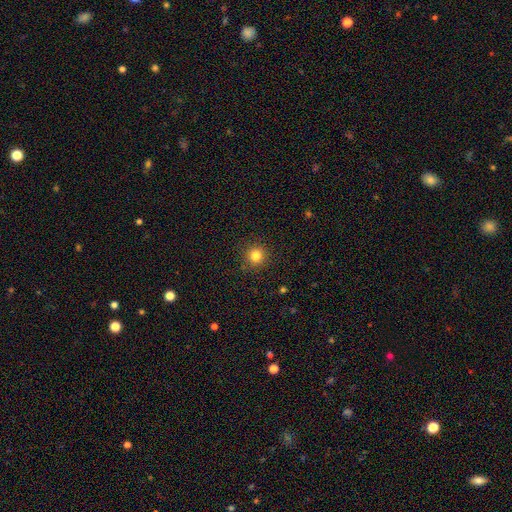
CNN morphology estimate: type=smooth (82%); roundness=round (95%); merging=none (90%).